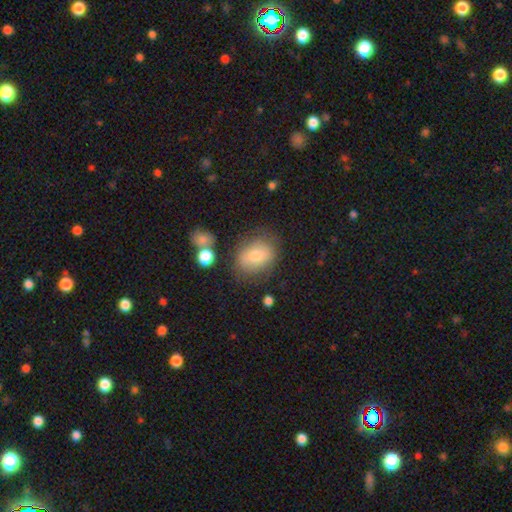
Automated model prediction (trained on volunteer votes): Smooth or featured? smooth (71%)
How rounded? in between (58%)
Merging? none (72%)